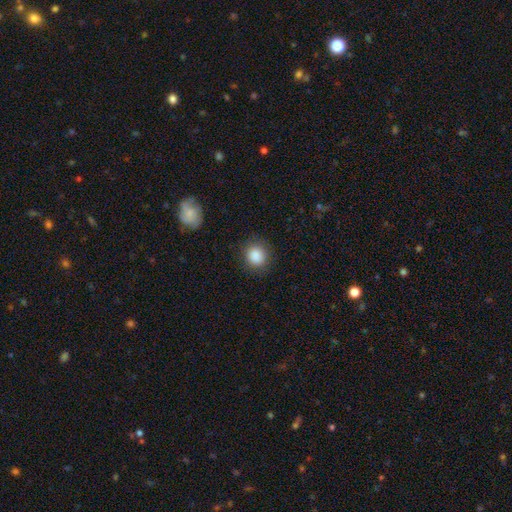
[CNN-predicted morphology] Smooth or featured? Predicted: smooth (p=0.87). How rounded? Predicted: round (p=0.85). Merging? Predicted: none (p=0.88).